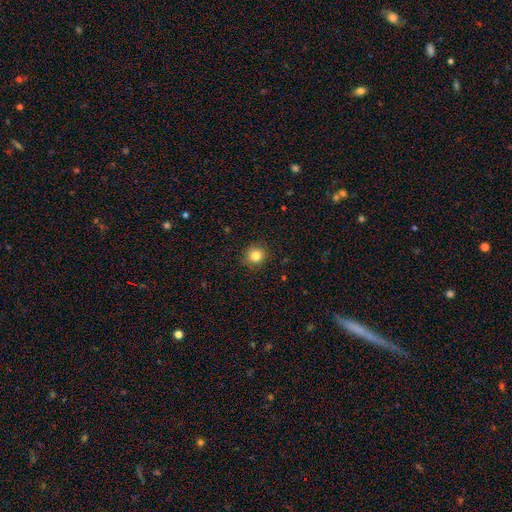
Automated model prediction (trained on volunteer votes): Smooth or featured? smooth (83%)
How rounded? round (90%)
Merging? none (89%)